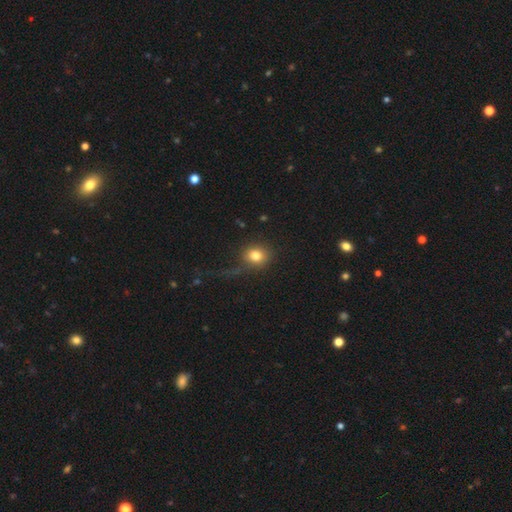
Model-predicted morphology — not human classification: This appears to be a smooth galaxy with no disk features (80%) that is round (73%). Merging: none (62%).